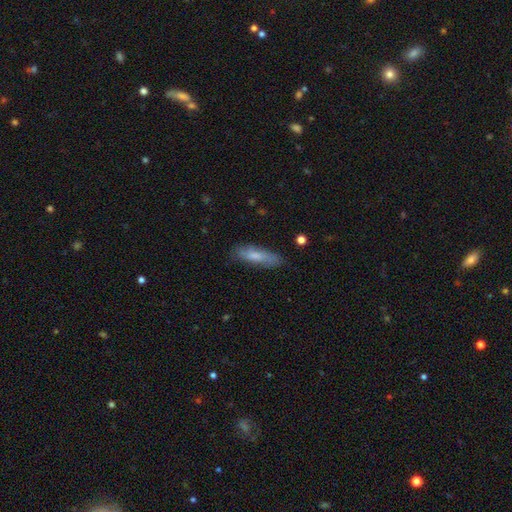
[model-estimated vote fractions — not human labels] The model was most divided on "how rounded": cigar-shaped: 59%, in between: 39%, round: 2%. More confident: merging — none (77%); smooth or featured — smooth (71%).